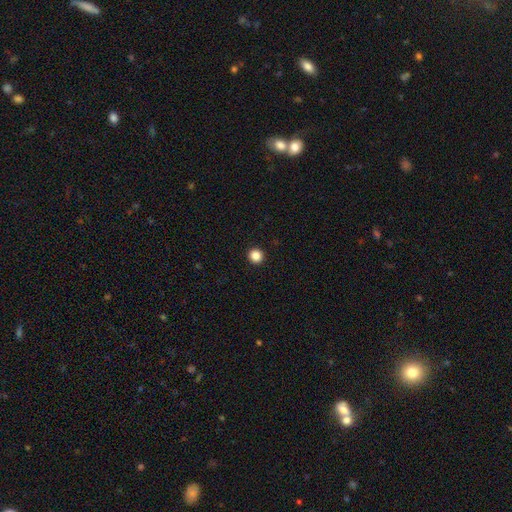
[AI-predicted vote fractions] smooth_or_featured: smooth (p=0.86) [alt: star or artifact p=0.11]
how_rounded: round (p=0.95) [alt: in between p=0.04]
merging: none (p=0.94) [alt: minor disturbance p=0.04]